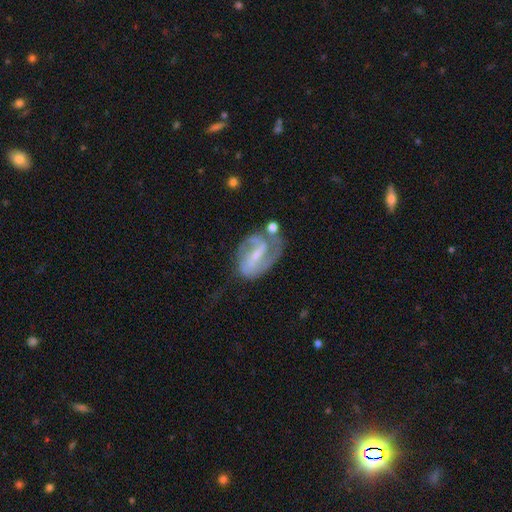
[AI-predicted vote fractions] featured or disk 83%, smooth 11%, star or artifact 6%. Down the decision tree: edge-on disk — no (97%); bar — strong (48%); spiral arms — yes (92%); spiral arm count — 2 (79%); spiral winding — medium (48%); bulge size — small (60%); merging — none (48%).